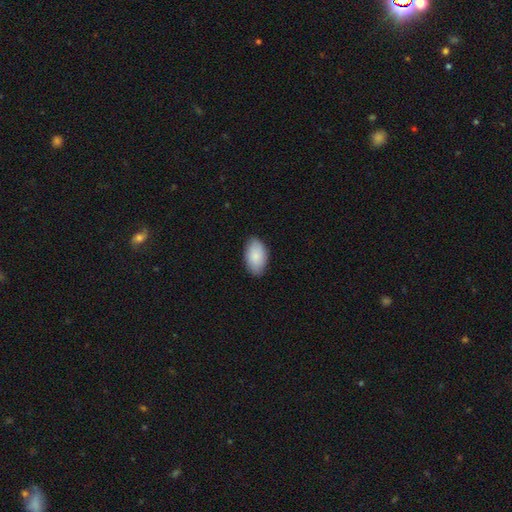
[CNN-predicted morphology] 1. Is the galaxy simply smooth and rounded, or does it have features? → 87% smooth, 8% featured or disk, 6% star or artifact.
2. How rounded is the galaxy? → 95% in between, 4% round, 1% cigar-shaped.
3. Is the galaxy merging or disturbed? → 85% none, 12% minor disturbance, 2% major disturbance, 1% merger.